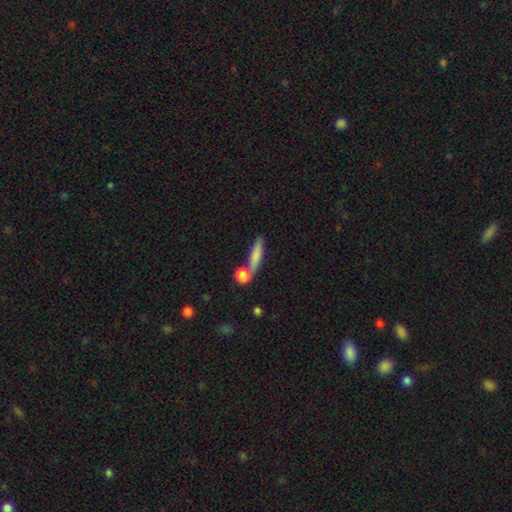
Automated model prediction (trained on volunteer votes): This is likely a smooth galaxy (74%). How rounded: likely cigar-shaped (70%). Merging: possibly none (58%).